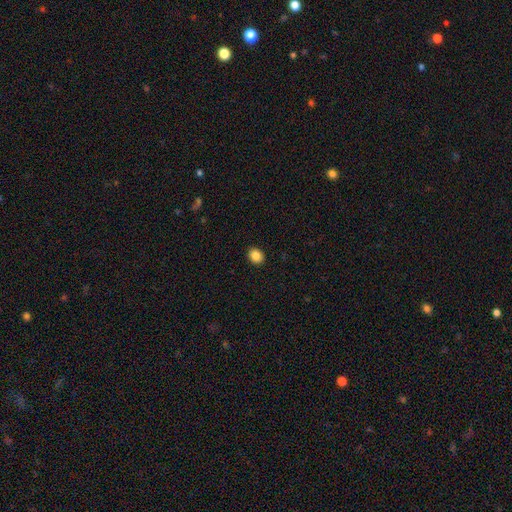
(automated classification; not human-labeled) This appears to be a smooth galaxy with no disk features (86%) that is round (55%). Merging: none (92%).